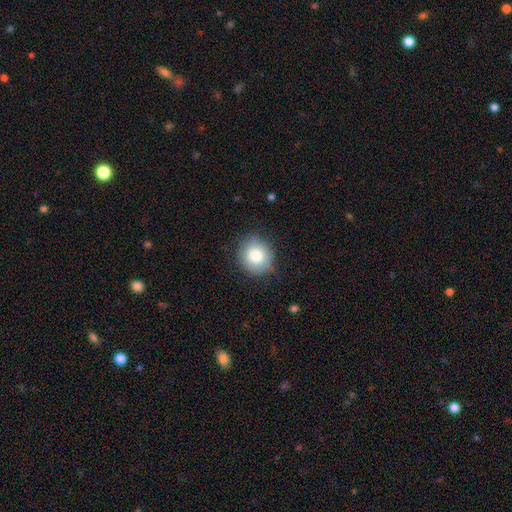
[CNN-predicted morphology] A smooth galaxy with no disk features (81%) that is round (86%). Merging: none (80%).